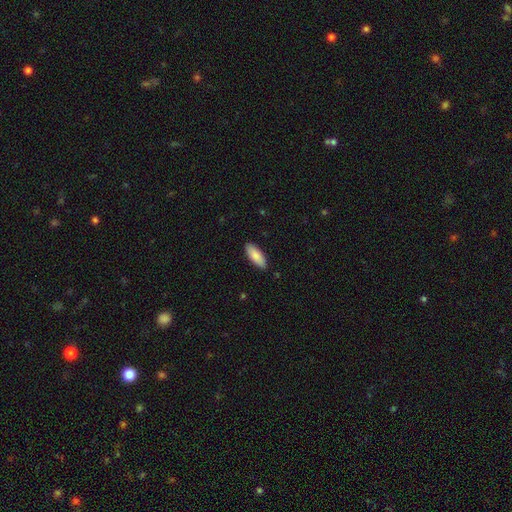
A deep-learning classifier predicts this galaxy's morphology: Q: Smooth or featured?
A: smooth (84%); runner-up: featured or disk (10%)
Q: How rounded?
A: in between (77%); runner-up: cigar-shaped (21%)
Q: Merging?
A: none (88%); runner-up: minor disturbance (10%)